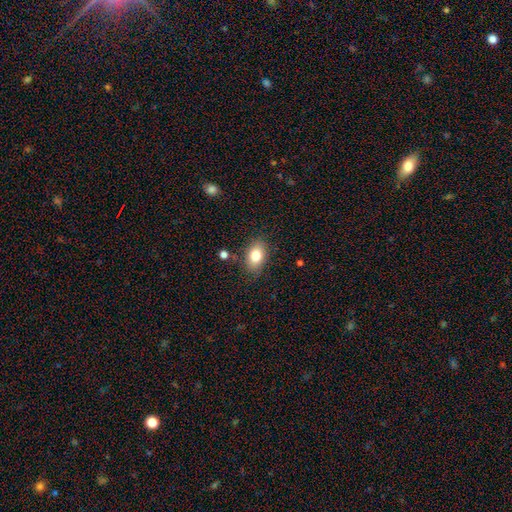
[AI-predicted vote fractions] Overall: smooth (80%). How rounded: in between (83%). Merging: none (83%).